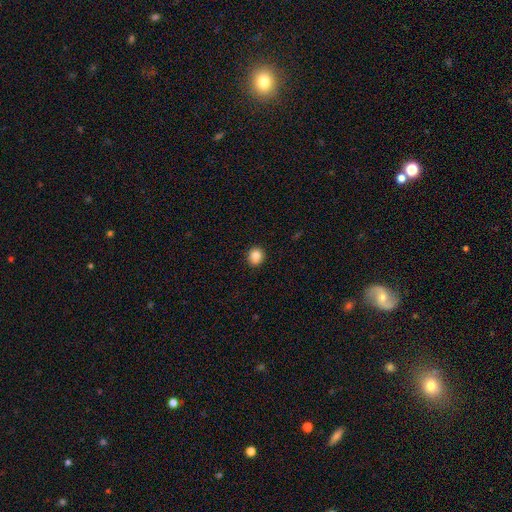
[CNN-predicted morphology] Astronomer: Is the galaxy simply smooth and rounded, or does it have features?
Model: smooth — 86%.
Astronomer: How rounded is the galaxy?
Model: round — 84%.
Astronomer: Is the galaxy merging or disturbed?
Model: none — 89%.